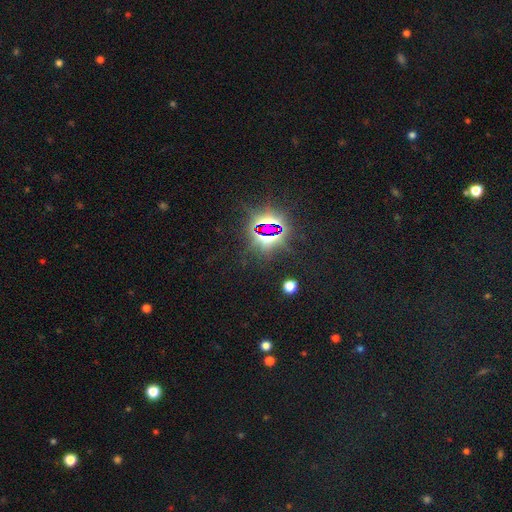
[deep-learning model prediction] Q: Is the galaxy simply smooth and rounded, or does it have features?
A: star or artifact — 80%.